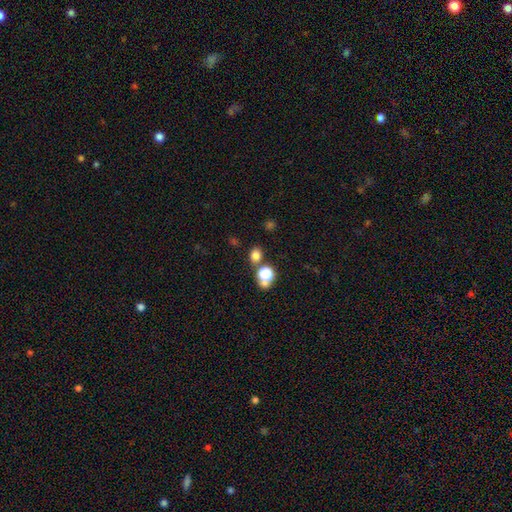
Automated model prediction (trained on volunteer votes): Overall: smooth (75%). How rounded: round (71%). Merging: none (75%).